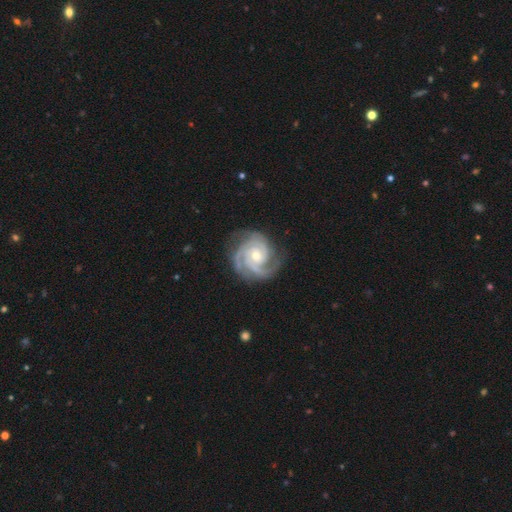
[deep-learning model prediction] smooth_or_featured: featured or disk (p=0.93) [alt: star or artifact p=0.04]
disk_edge_on: no (p=0.98) [alt: yes p=0.02]
bar: no (p=0.71) [alt: weak p=0.23]
has_spiral_arms: yes (p=0.99) [alt: no p=0.01]
spiral_winding: tight (p=0.70) [alt: medium p=0.28]
spiral_arm_count: 3 (p=0.57) [alt: 2 p=0.16]
bulge_size: moderate (p=0.51) [alt: small p=0.46]
merging: none (p=0.78) [alt: minor disturbance p=0.16]